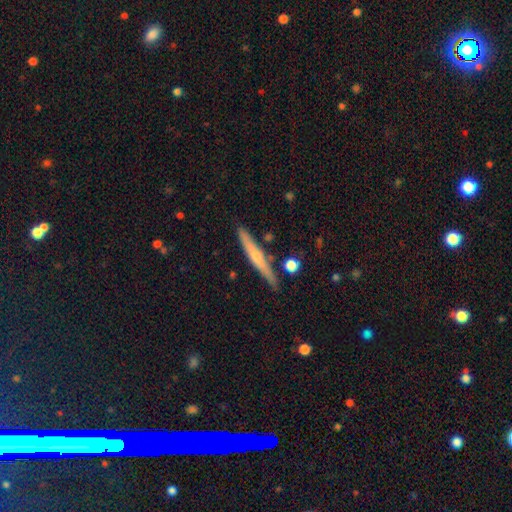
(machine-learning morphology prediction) This is possibly a featured or disk galaxy (54%). It is clearly viewed edge-on (96%). Edge-on bulge: likely rounded (62%). Merging: clearly none (85%).